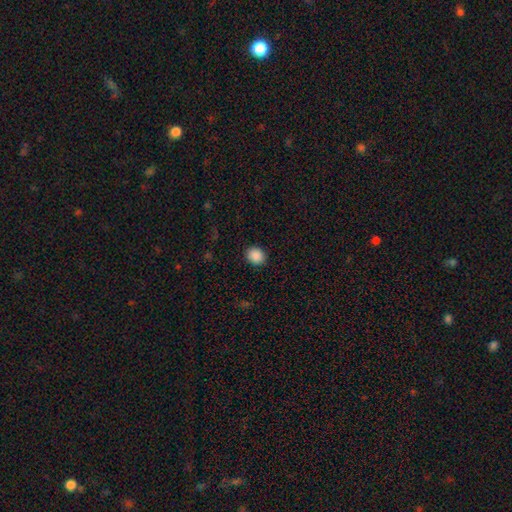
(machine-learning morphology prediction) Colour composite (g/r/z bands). It shows a smooth galaxy with no disk features (89%) that is round (62%). Merging: none (90%).